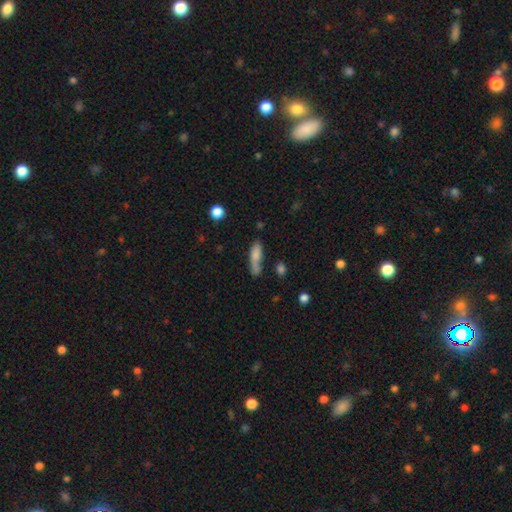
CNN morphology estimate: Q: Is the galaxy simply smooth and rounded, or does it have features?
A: smooth — 75%.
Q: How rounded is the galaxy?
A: cigar-shaped — 53%.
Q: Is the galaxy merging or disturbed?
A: none — 47%.